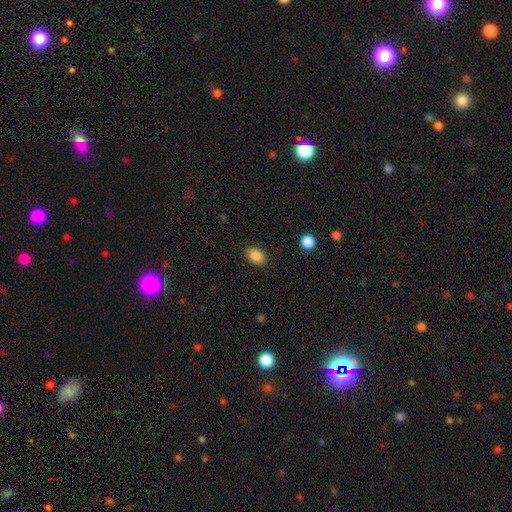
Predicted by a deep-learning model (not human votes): Smooth or featured: smooth — 88% (star or artifact — 8%)
How rounded: in between — 83% (round — 15%)
Merging: none — 87% (minor disturbance — 9%)